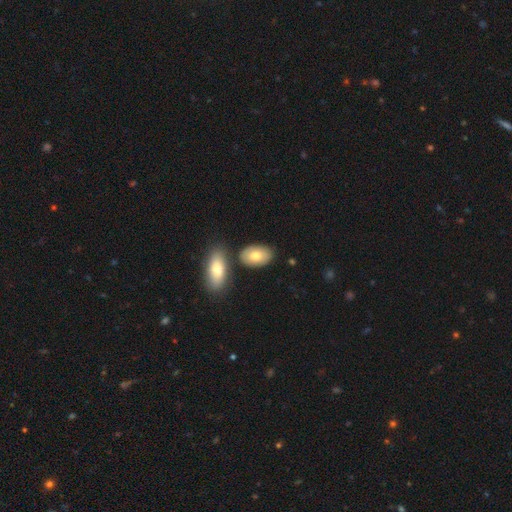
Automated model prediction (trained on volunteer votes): This is likely a smooth galaxy (77%). How rounded: clearly in between (94%). Merging: likely none (74%).